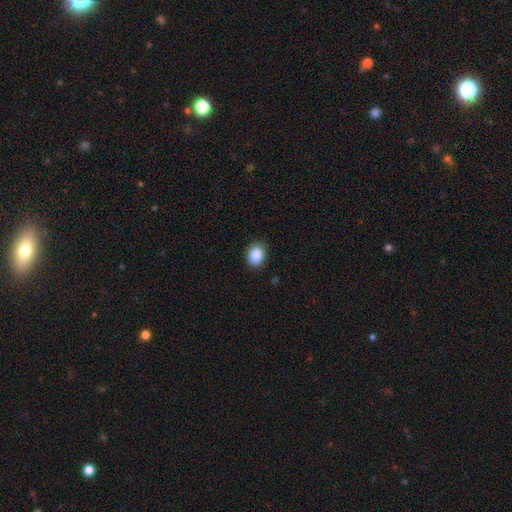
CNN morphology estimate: Smooth or featured? smooth (87%)
How rounded? in between (58%)
Merging? none (87%)